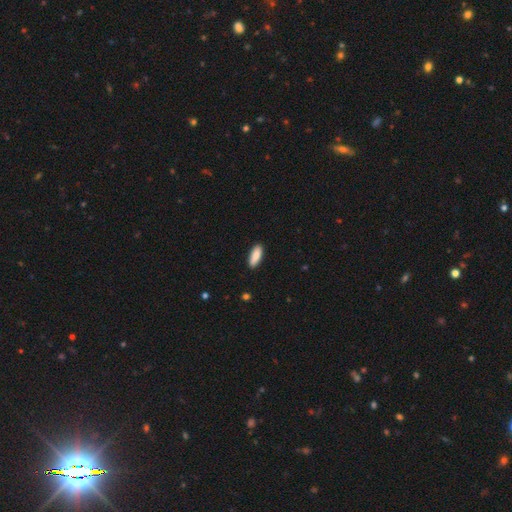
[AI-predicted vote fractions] Q: Smooth or featured?
A: smooth (89%); runner-up: featured or disk (6%)
Q: How rounded?
A: in between (69%); runner-up: cigar-shaped (29%)
Q: Merging?
A: none (89%); runner-up: minor disturbance (8%)